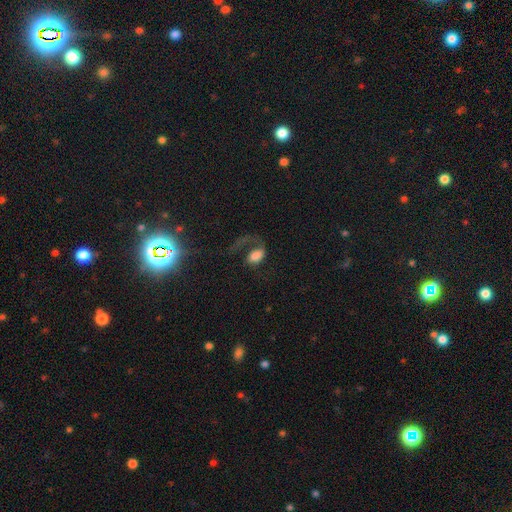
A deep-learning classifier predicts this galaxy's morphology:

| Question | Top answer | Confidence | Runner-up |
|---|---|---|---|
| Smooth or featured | smooth | 47% | featured or disk (41%) |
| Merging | major disturbance | 51% | none (30%) |